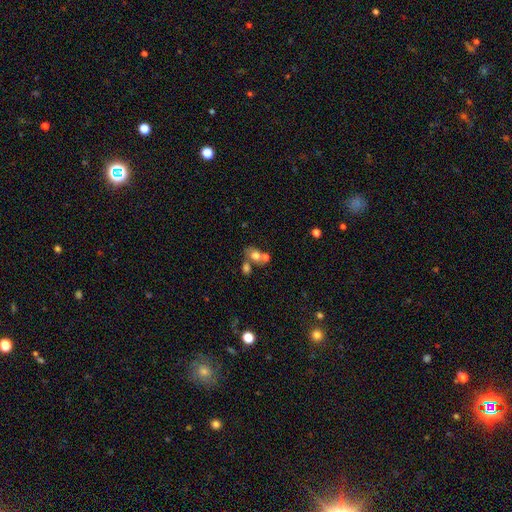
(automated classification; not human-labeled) Q: Smooth or featured?
A: smooth (69%); runner-up: featured or disk (18%)
Q: How rounded?
A: in between (56%); runner-up: round (42%)
Q: Merging?
A: merger (48%); runner-up: none (34%)